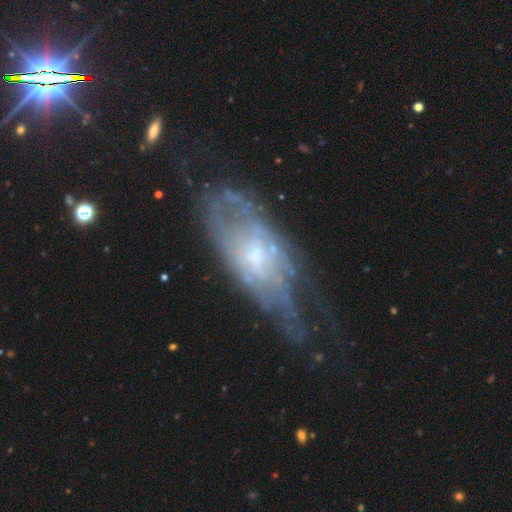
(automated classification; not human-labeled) A featured or disk galaxy (70%) with no bar (63%), spiral arms (58%) and a small central bulge (49%). Merging: none (45%).